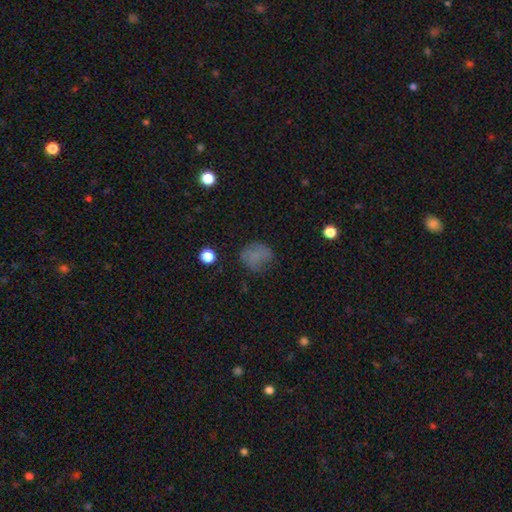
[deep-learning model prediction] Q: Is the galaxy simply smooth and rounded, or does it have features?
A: smooth — 69%.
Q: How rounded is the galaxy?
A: round — 72%.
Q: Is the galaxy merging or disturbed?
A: none — 63%.